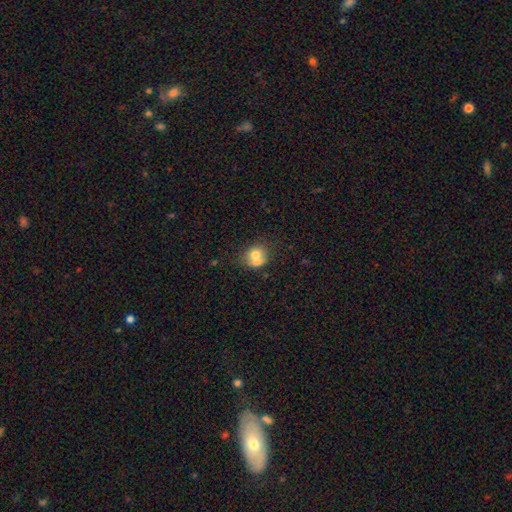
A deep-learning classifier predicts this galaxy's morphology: This is likely a smooth galaxy (70%). How rounded: likely round (67%). Merging: possibly merger (47%).